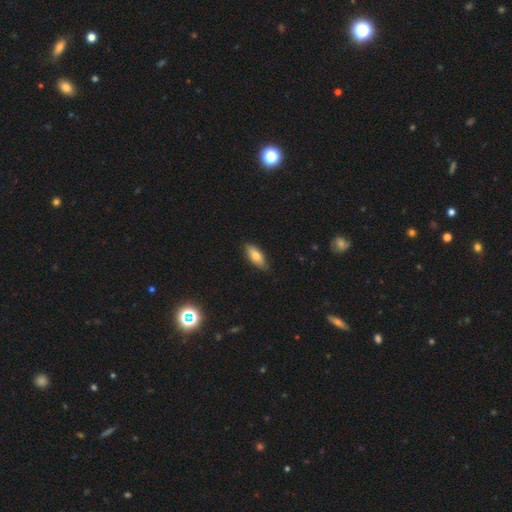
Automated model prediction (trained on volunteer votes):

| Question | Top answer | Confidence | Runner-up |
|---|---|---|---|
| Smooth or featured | smooth | 77% | featured or disk (16%) |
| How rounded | in between | 77% | cigar-shaped (21%) |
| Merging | none | 84% | minor disturbance (13%) |